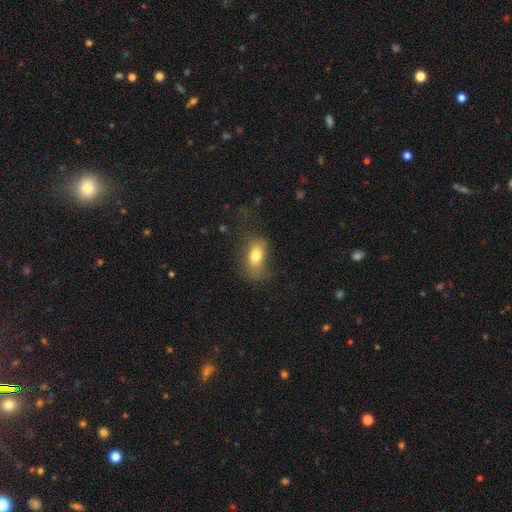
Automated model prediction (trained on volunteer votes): This is likely a smooth galaxy (74%). How rounded: clearly in between (84%). Merging: possibly none (54%).